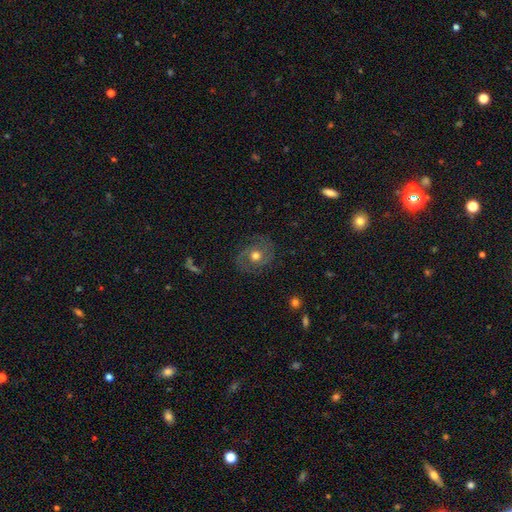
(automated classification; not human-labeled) Q: Smooth or featured?
A: featured or disk (67%); runner-up: smooth (24%)
Q: Edge-on disk?
A: no (97%); runner-up: yes (3%)
Q: Bar?
A: no (78%); runner-up: weak (18%)
Q: Spiral arms?
A: yes (81%); runner-up: no (19%)
Q: Spiral winding?
A: tight (44%); runner-up: medium (41%)
Q: Spiral arm count?
A: 2 (67%); runner-up: can't tell (15%)
Q: Bulge size?
A: moderate (77%); runner-up: large (12%)
Q: Merging?
A: none (78%); runner-up: minor disturbance (14%)